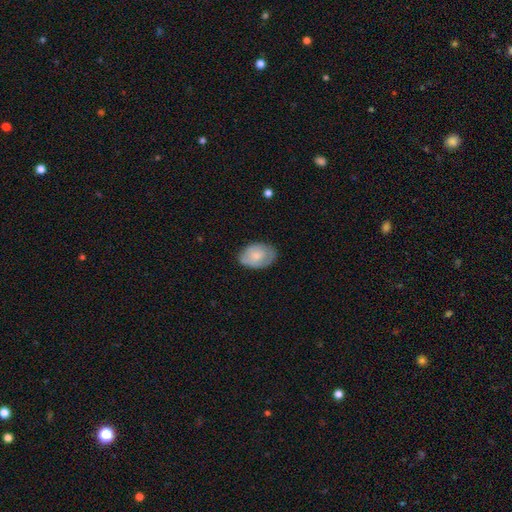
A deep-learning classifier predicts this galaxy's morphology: Q: Smooth or featured?
A: smooth (69%); runner-up: featured or disk (25%)
Q: How rounded?
A: in between (86%); runner-up: round (13%)
Q: Merging?
A: none (71%); runner-up: minor disturbance (23%)